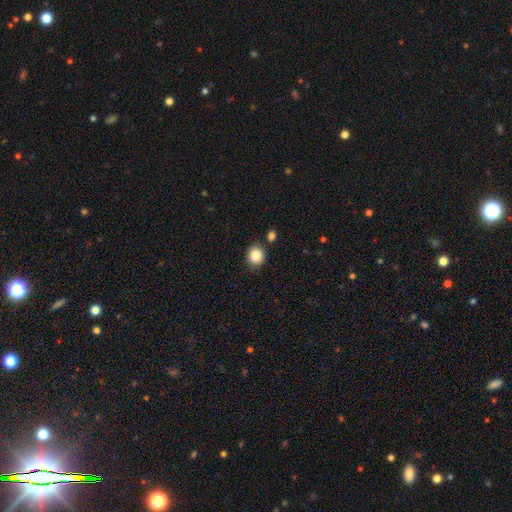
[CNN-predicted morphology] smooth_or_featured: smooth (p=0.85) [alt: star or artifact p=0.09]
how_rounded: round (p=0.80) [alt: in between p=0.20]
merging: none (p=0.84) [alt: minor disturbance p=0.09]